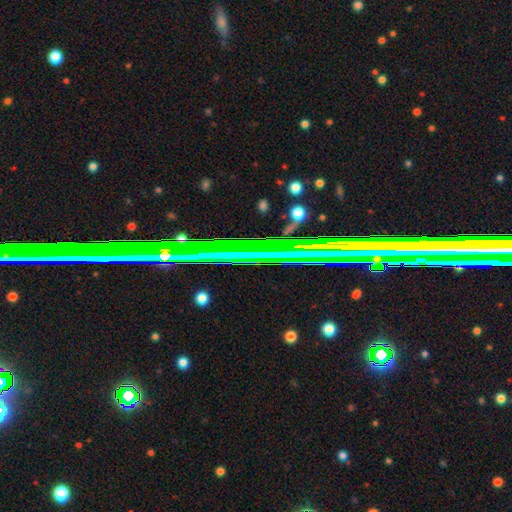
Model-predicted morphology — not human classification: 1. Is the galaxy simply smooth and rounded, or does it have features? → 67% star or artifact, 22% featured or disk, 11% smooth.